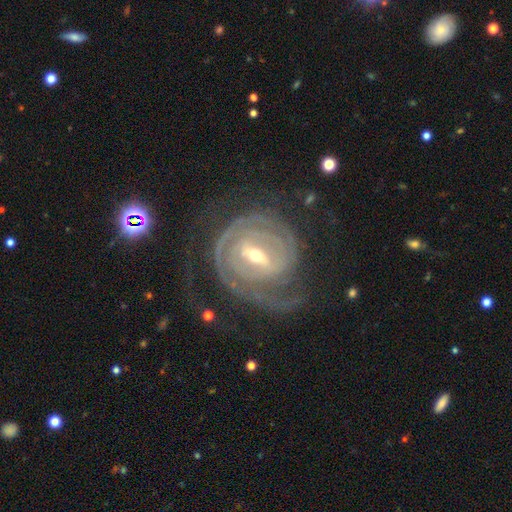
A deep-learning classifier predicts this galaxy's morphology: This is clearly a featured or disk galaxy (88%). It is clearly not viewed edge-on (96%). Bar: marginally weak (43%). Spiral arm pattern: clearly yes (93%). Spiral arm count: marginally 2 (39%). Spiral winding: likely tight (69%). Central bulge: possibly small (57%). Merging: possibly none (59%).